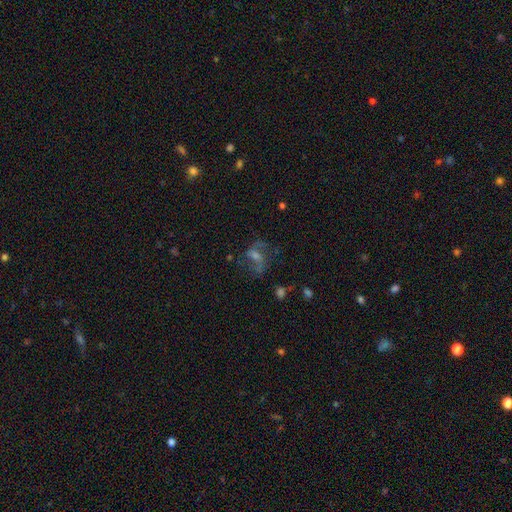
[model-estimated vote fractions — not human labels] This is possibly a featured or disk galaxy (54%). It is clearly not viewed edge-on (95%). Bar: marginally no (44%). Spiral arm pattern: likely yes (65%). Central bulge: marginally moderate (39%). Merging: possibly none (50%).